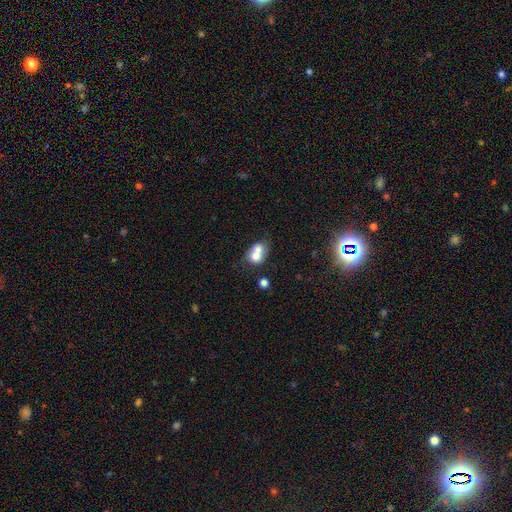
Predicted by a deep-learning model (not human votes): smooth_or_featured: smooth (p=0.68) [alt: featured or disk p=0.22]
how_rounded: round (p=0.52) [alt: in between p=0.47]
merging: merger (p=0.66) [alt: none p=0.22]